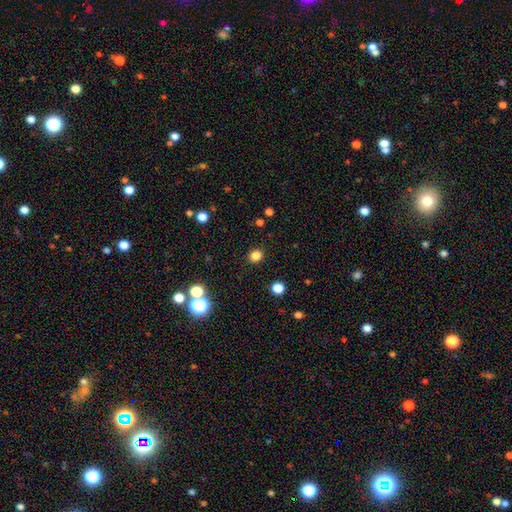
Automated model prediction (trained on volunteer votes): Smooth or featured? Predicted: smooth (p=0.81). How rounded? Predicted: round (p=0.78). Merging? Predicted: none (p=0.90).